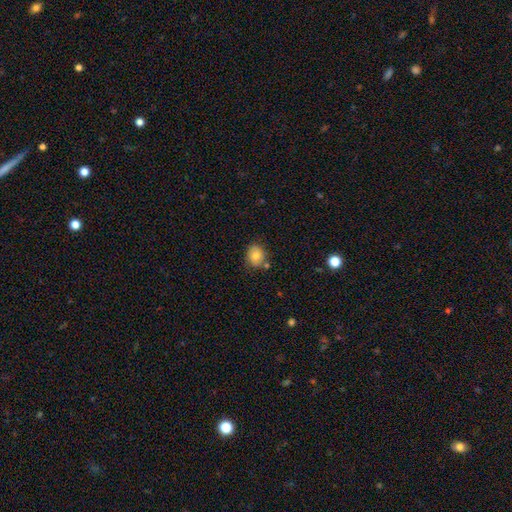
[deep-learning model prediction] Overall: smooth (77%). How rounded: round (65%; in between 34%). Merging: none (73%).